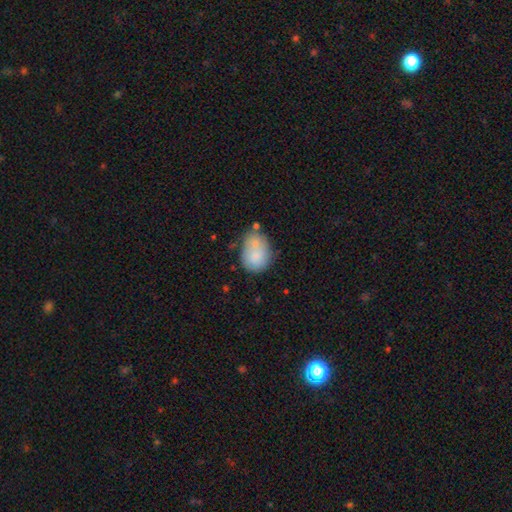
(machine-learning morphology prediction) Q: Smooth or featured?
A: smooth (77%); runner-up: featured or disk (16%)
Q: How rounded?
A: in between (61%); runner-up: round (37%)
Q: Merging?
A: none (43%); runner-up: minor disturbance (25%)